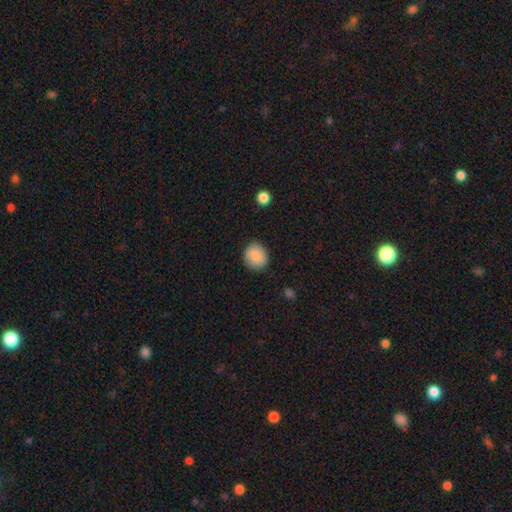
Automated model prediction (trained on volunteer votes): This is clearly a smooth galaxy (87%). How rounded: clearly round (82%). Merging: clearly none (86%).